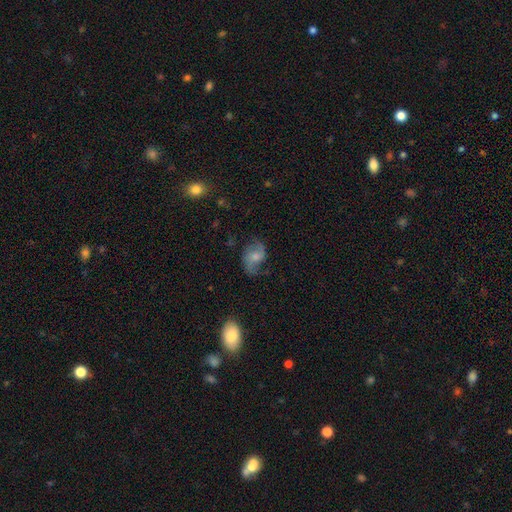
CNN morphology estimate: The model was most divided on "bulge size": moderate: 41%, small: 35%, none: 14%, large: 8%, dominant: 2%. More confident: edge-on disk — no (97%); spiral arms — yes (91%); spiral arm count — 2 (87%); smooth or featured — featured or disk (65%); merging — none (65%); bar — no (56%); spiral winding — loose (53%).